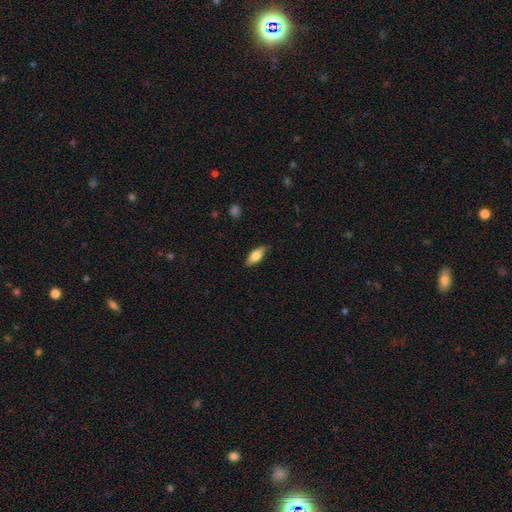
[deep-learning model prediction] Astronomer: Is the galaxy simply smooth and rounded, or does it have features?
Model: smooth — 69%.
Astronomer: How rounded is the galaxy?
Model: in between — 77%.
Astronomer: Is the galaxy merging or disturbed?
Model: none — 82%.